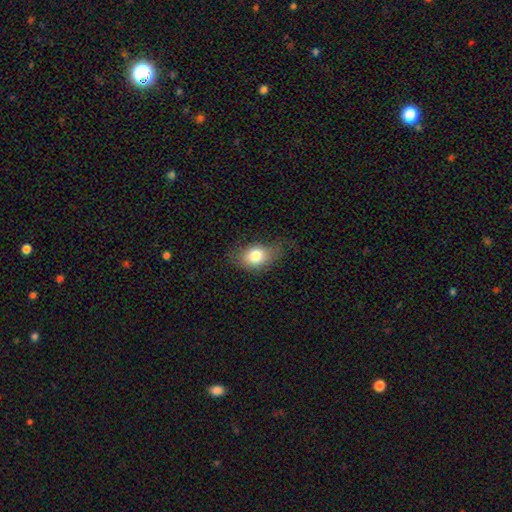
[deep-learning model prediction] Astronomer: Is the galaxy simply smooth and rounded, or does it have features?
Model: smooth — 79%.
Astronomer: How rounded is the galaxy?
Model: in between — 76%.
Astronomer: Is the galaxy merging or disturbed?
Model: none — 60%.